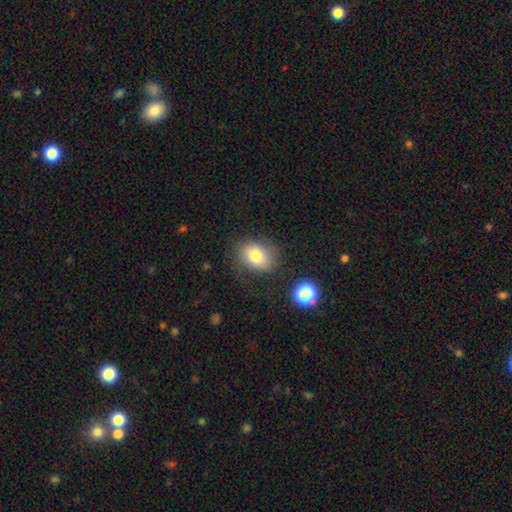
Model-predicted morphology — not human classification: Smooth or featured? Predicted: smooth (p=0.78). How rounded? Predicted: in between (p=0.62). Merging? Predicted: none (p=0.69).